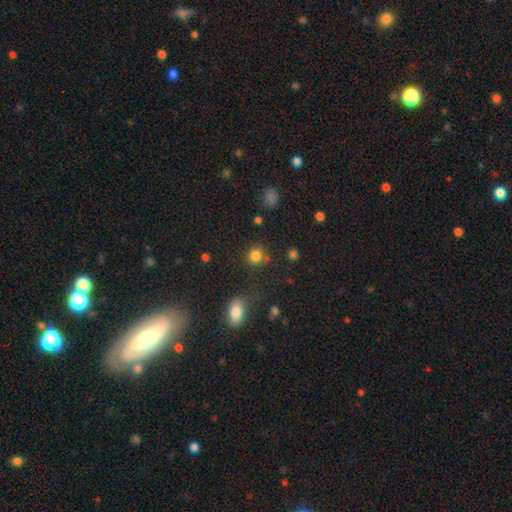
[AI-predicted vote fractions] smooth_or_featured: smooth (p=0.81) [alt: star or artifact p=0.14]
how_rounded: round (p=0.87) [alt: in between p=0.12]
merging: none (p=0.75) [alt: minor disturbance p=0.12]